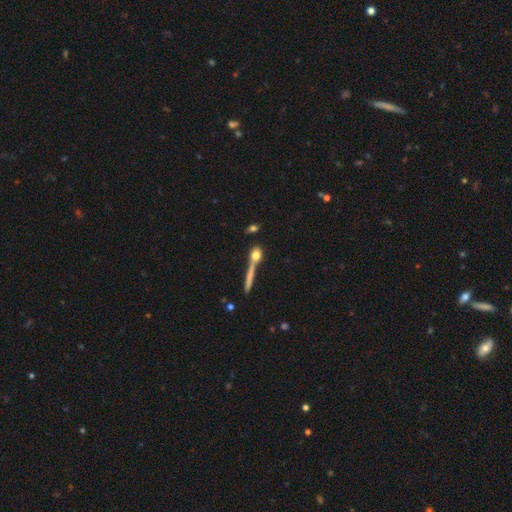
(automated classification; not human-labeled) smooth_or_featured: smooth (p=0.67) [alt: featured or disk p=0.21]
how_rounded: round (p=0.48) [alt: cigar-shaped p=0.27]
merging: none (p=0.55) [alt: merger p=0.23]